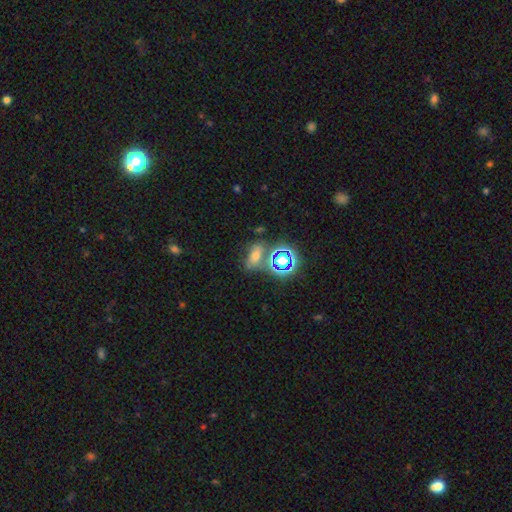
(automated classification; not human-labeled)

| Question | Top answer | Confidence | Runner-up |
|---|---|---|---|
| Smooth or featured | smooth | 48% | star or artifact (36%) |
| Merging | none | 61% | minor disturbance (16%) |